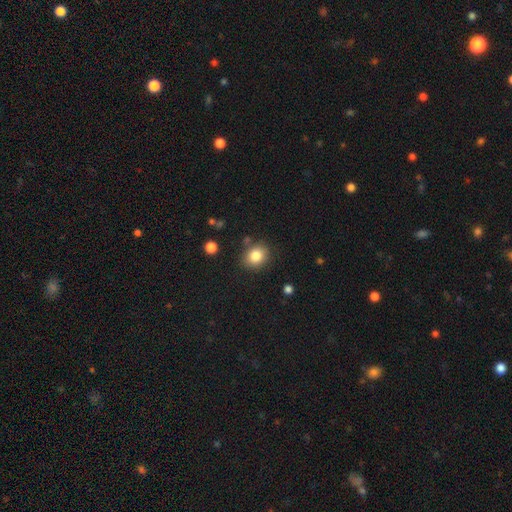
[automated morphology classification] type=smooth (83%); roundness=round (62%); merging=none (82%).